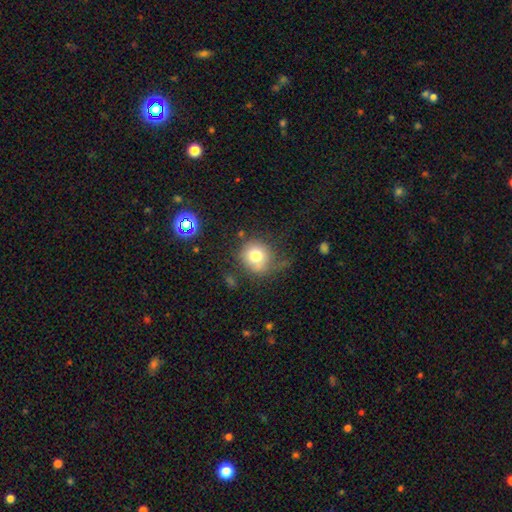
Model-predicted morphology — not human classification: type=smooth (76%); roundness=round (87%); merging=none (60%).